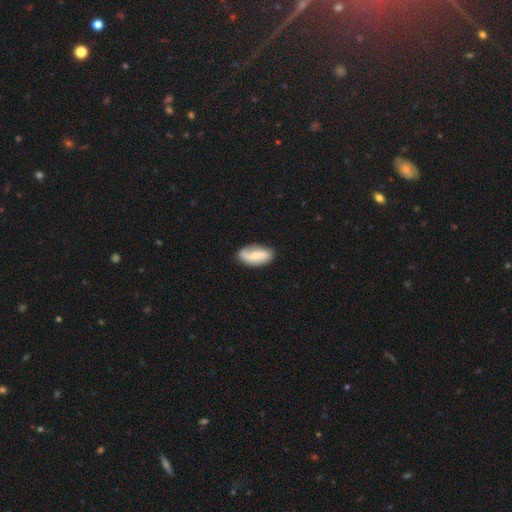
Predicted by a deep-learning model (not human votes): A smooth galaxy with no disk features (48%). Merging: none (78%).